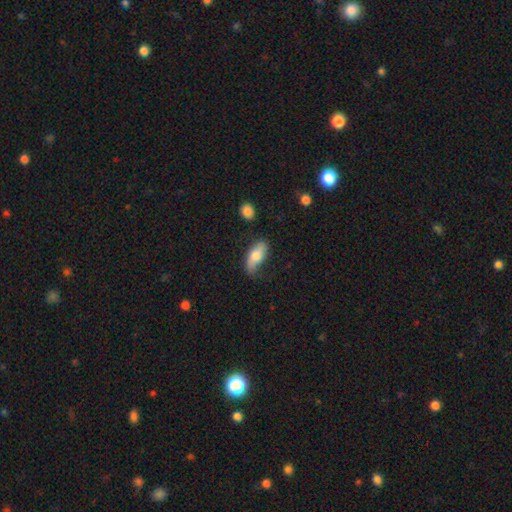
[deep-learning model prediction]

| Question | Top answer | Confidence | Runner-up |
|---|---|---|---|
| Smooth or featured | smooth | 68% | featured or disk (26%) |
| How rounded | in between | 81% | cigar-shaped (16%) |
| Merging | none | 60% | minor disturbance (29%) |